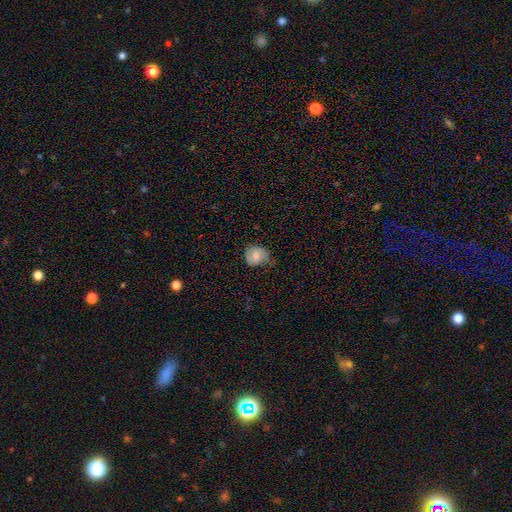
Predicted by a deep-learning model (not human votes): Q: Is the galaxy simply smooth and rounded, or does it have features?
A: smooth — 75%.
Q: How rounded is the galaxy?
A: round — 71%.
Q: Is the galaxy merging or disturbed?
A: none — 51%.